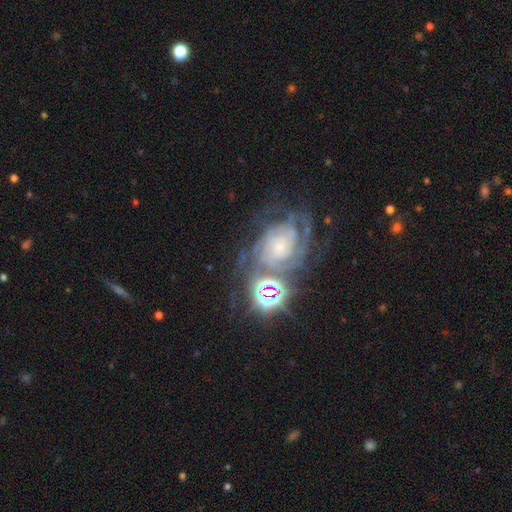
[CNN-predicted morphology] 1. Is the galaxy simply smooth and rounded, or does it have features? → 62% featured or disk, 24% star or artifact, 14% smooth.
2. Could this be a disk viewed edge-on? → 95% no, 5% yes.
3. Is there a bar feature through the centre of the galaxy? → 67% no, 23% weak, 10% strong.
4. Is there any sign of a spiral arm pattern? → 86% yes, 14% no.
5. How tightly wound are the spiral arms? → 68% tight, 25% medium, 8% loose.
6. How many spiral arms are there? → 39% can't tell, 24% 2, 14% 3, 8% 4, 8% more than 4, 8% 1.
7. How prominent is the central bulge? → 58% small, 28% moderate, 7% large, 4% none, 3% dominant.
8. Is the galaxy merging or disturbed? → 58% none, 20% merger, 14% minor disturbance, 9% major disturbance.